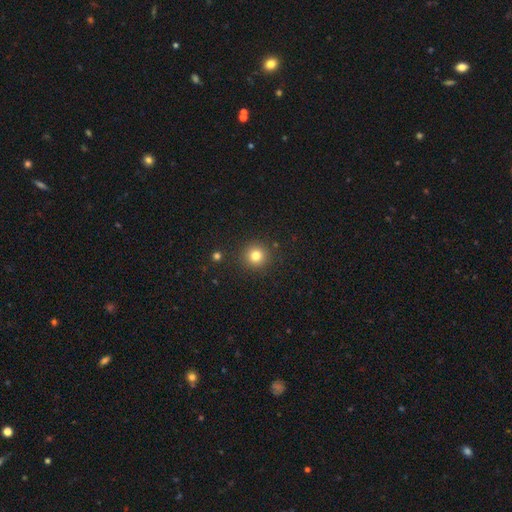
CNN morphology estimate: Smooth or featured? smooth (81%)
How rounded? round (94%)
Merging? none (90%)